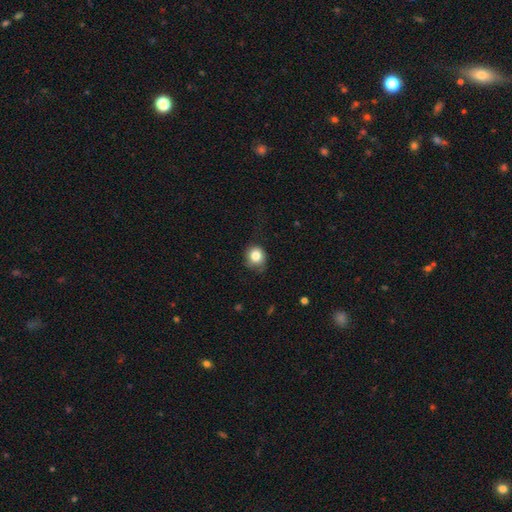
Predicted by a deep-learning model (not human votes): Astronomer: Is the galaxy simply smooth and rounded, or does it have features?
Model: smooth — 82%.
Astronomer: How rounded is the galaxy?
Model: round — 76%.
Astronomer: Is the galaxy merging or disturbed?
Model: none — 62%.